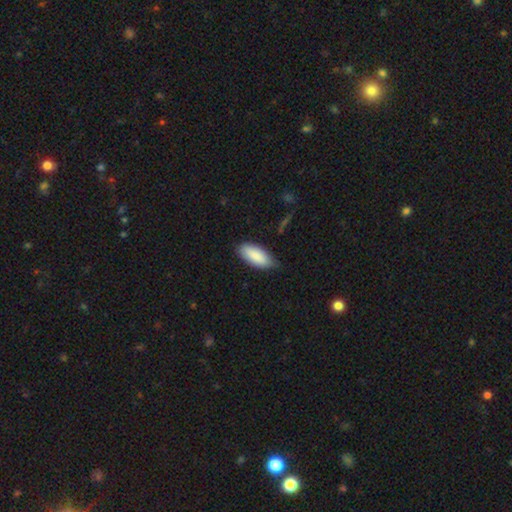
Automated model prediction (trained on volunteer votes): A smooth galaxy with no disk features (88%) that is in between round and cigar-shaped (86%). Merging: none (73%).